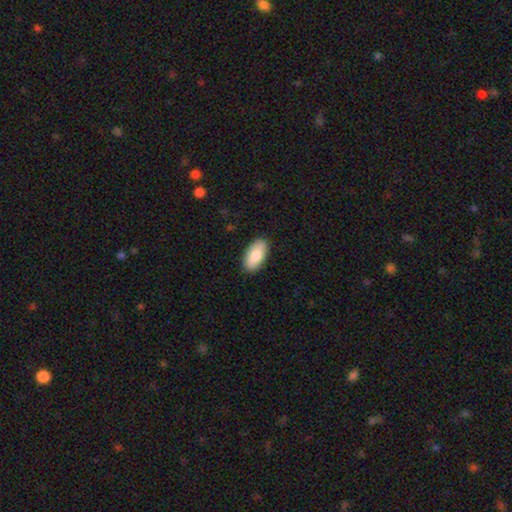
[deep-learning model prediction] Q: Smooth or featured?
A: smooth (83%); runner-up: featured or disk (11%)
Q: How rounded?
A: in between (93%); runner-up: cigar-shaped (4%)
Q: Merging?
A: none (88%); runner-up: minor disturbance (9%)